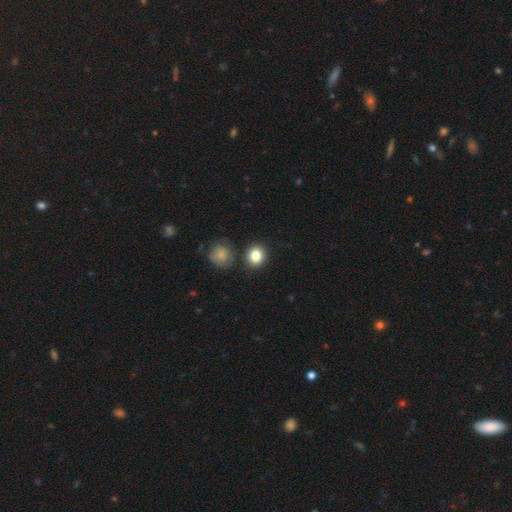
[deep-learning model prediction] Smooth or featured? smooth (84%)
How rounded? round (72%)
Merging? none (82%)